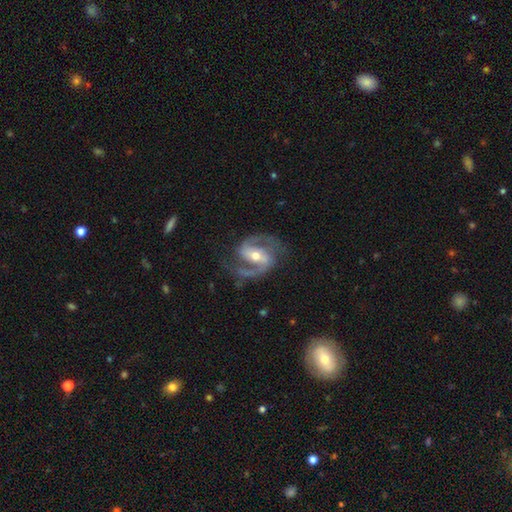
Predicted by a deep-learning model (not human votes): The model was most divided on "bar": strong: 44%, weak: 37%, no: 19%. More confident: spiral arms — yes (98%); edge-on disk — no (98%); spiral arm count — 2 (93%); smooth or featured — featured or disk (91%); merging — none (77%); spiral winding — medium (62%); bulge size — moderate (61%).